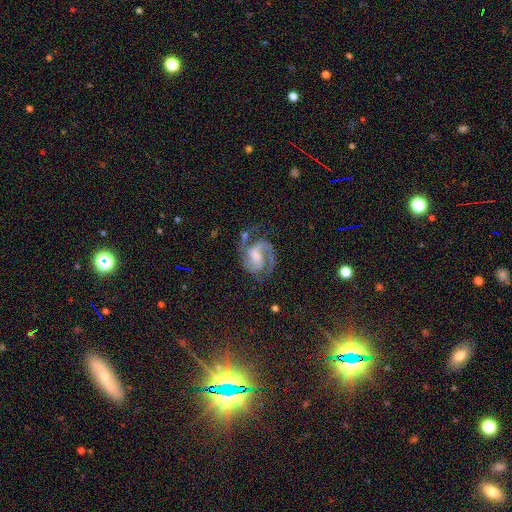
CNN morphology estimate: featured or disk 89%, star or artifact 5%, smooth 5%. Down the decision tree: edge-on disk — no (98%); bar — weak (48%); spiral arms — yes (98%); spiral arm count — 2 (86%); spiral winding — medium (58%); bulge size — moderate (34%); merging — none (59%).